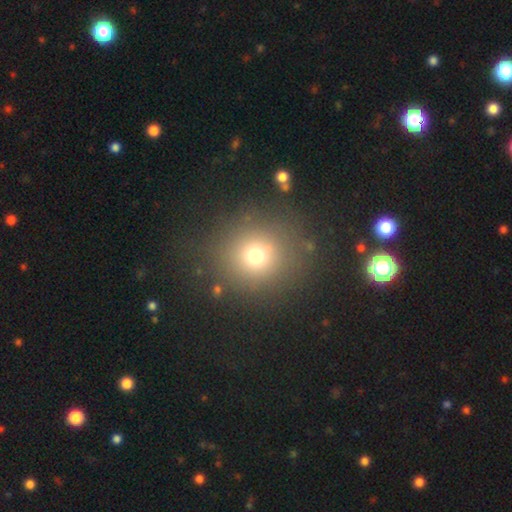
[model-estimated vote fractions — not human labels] Overall: smooth (70%). How rounded: round (89%). Merging: none (82%).